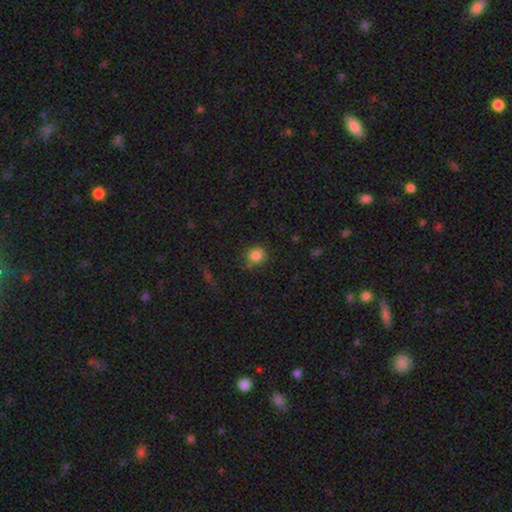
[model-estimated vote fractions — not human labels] This is clearly a smooth galaxy (82%). How rounded: likely round (79%). Merging: likely none (72%).